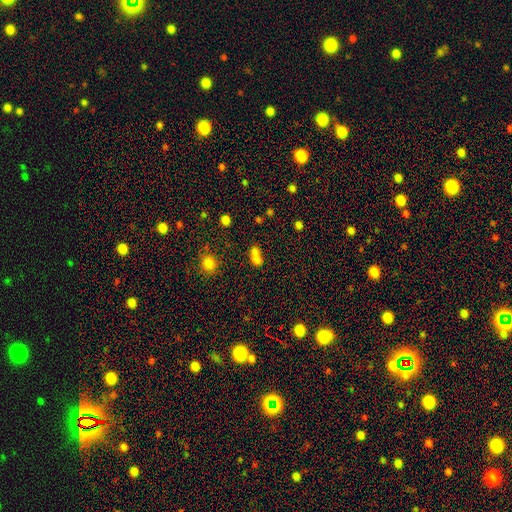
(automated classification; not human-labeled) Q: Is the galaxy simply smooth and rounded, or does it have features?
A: smooth — 72%.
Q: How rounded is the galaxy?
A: in between — 55%.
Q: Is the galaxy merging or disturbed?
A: merger — 62%.